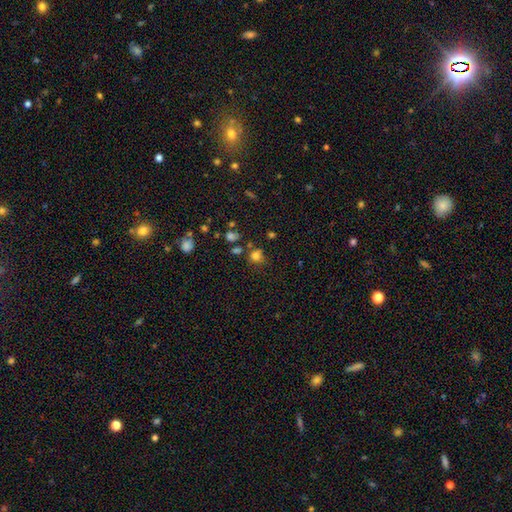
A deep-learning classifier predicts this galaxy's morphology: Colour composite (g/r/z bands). It shows a smooth galaxy with no disk features (77%) that is round (80%). Merging: none (69%).